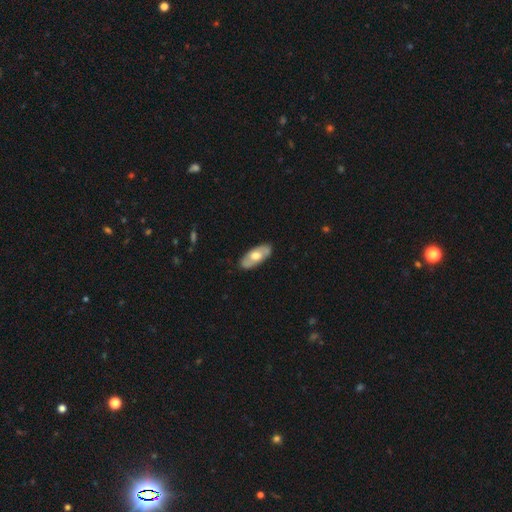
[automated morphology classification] Smooth or featured?
  - smooth: 48% *
  - featured or disk: 47%
  - star or artifact: 5%
Merging?
  - none: 84% *
  - minor disturbance: 12%
  - major disturbance: 2%
  - merger: 1%